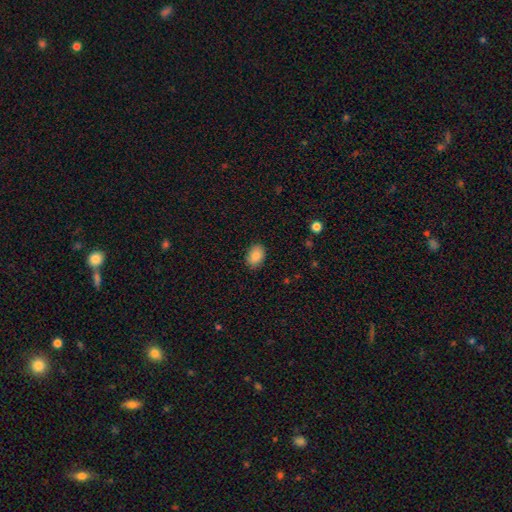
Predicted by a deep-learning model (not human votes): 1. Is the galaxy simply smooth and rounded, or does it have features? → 88% smooth, 8% star or artifact, 4% featured or disk.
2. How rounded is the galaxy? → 82% in between, 16% round, 1% cigar-shaped.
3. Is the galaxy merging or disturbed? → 87% none, 9% minor disturbance, 2% major disturbance, 1% merger.